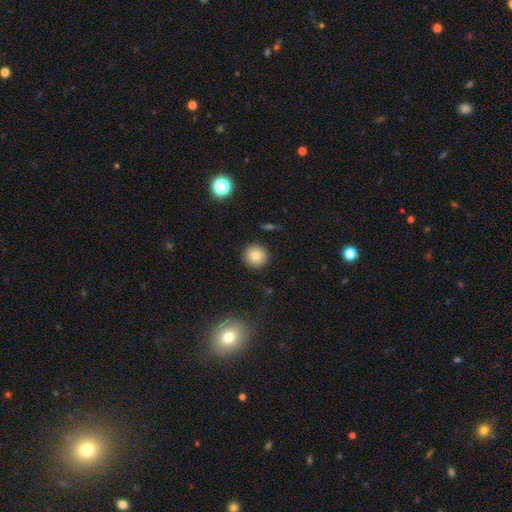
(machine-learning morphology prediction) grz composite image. It shows a smooth galaxy with no disk features (80%) that is round (95%). Merging: none (91%).